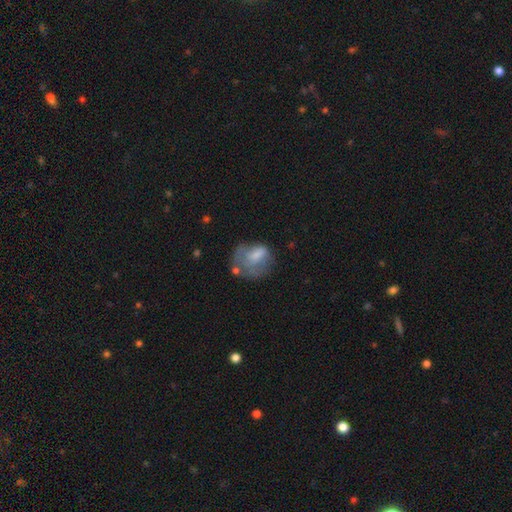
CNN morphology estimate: smooth-or-featured: smooth: 52% | featured or disk: 39% | star or artifact: 9%
  how-rounded: in between: 50% | round: 49% | cigar-shaped: 1%
  merging: major disturbance: 35% | none: 33% | minor disturbance: 26% | merger: 7%